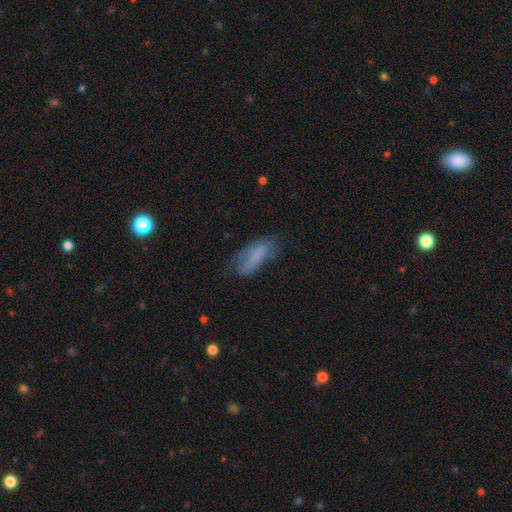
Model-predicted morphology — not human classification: Q: Smooth or featured?
A: smooth (60%); runner-up: featured or disk (30%)
Q: How rounded?
A: in between (69%); runner-up: cigar-shaped (29%)
Q: Merging?
A: none (45%); runner-up: minor disturbance (31%)